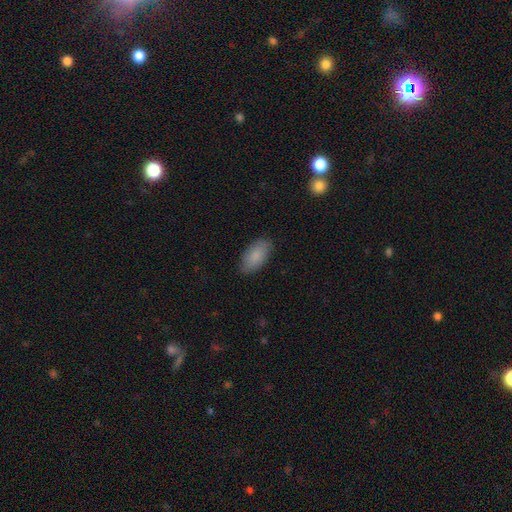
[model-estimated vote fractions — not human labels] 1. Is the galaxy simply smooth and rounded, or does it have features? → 87% smooth, 7% featured or disk, 6% star or artifact.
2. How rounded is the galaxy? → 93% in between, 4% cigar-shaped, 3% round.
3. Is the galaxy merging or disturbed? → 85% none, 12% minor disturbance, 3% major disturbance, 1% merger.